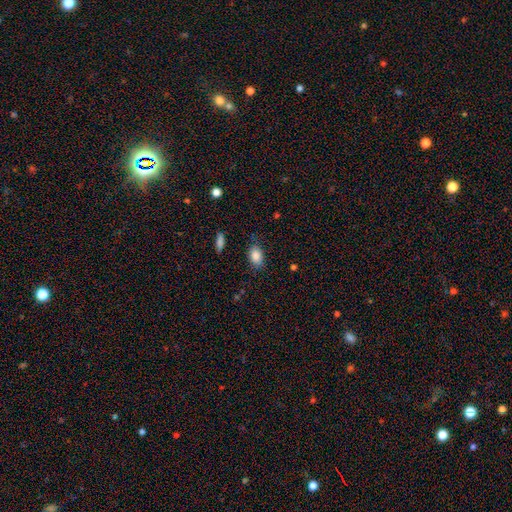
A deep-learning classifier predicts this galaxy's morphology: Smooth or featured? Predicted: smooth (p=0.85). How rounded? Predicted: in between (p=0.83). Merging? Predicted: none (p=0.78).